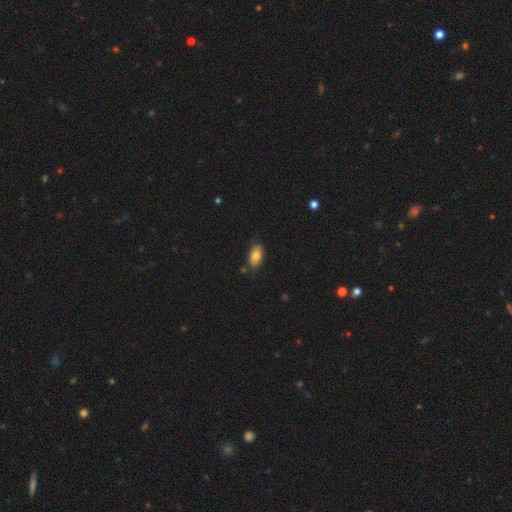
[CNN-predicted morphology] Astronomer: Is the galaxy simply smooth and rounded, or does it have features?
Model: smooth — 80%.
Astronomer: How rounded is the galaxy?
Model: in between — 91%.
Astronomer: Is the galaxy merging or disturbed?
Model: none — 78%.